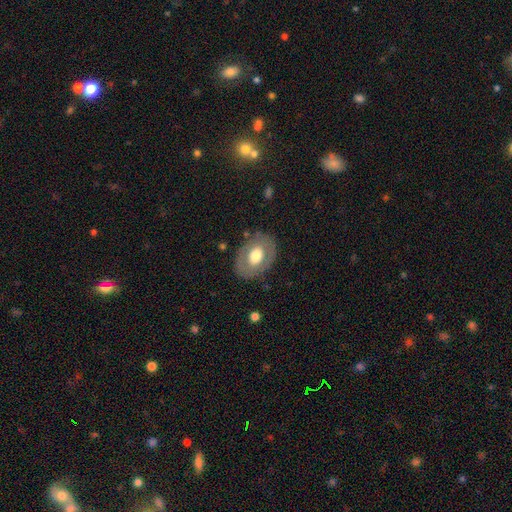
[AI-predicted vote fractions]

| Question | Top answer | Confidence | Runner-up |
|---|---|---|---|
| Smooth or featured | smooth | 55% | featured or disk (39%) |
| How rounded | in between | 73% | round (26%) |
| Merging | none | 80% | minor disturbance (13%) |